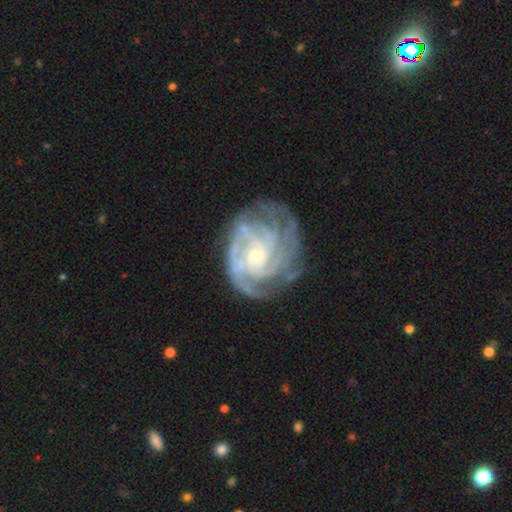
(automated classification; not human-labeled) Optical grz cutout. It shows a featured or disk galaxy (88%) with no bar (69%), tight (68%) spiral arms (97%) and a small central bulge (59%). Merging: none (67%).